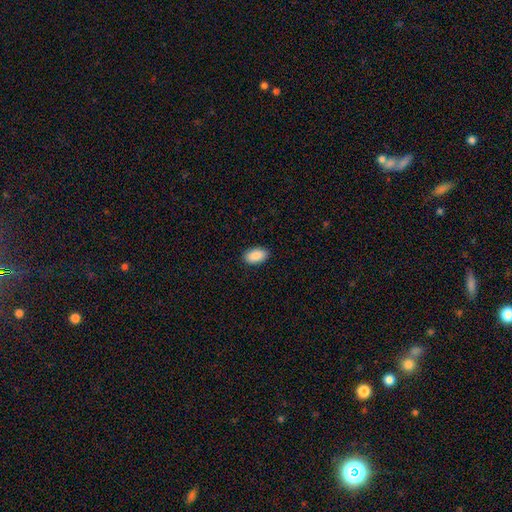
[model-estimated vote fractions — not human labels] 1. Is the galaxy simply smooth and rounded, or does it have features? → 91% smooth, 6% star or artifact, 3% featured or disk.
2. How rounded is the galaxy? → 95% in between, 4% round, 2% cigar-shaped.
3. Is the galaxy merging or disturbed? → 90% none, 8% minor disturbance, 2% major disturbance, 1% merger.